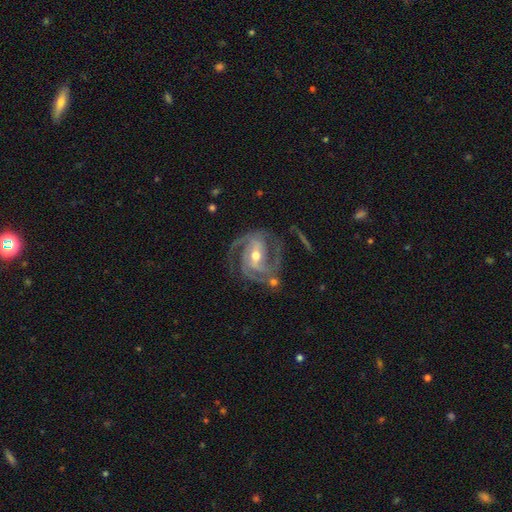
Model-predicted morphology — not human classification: A featured or disk galaxy (92%) with a weak bar (40%, tied with strong), 3 (42%) tight (46%, tied with medium) spiral arms (98%) and a moderate central bulge (69%). Merging: none (71%).